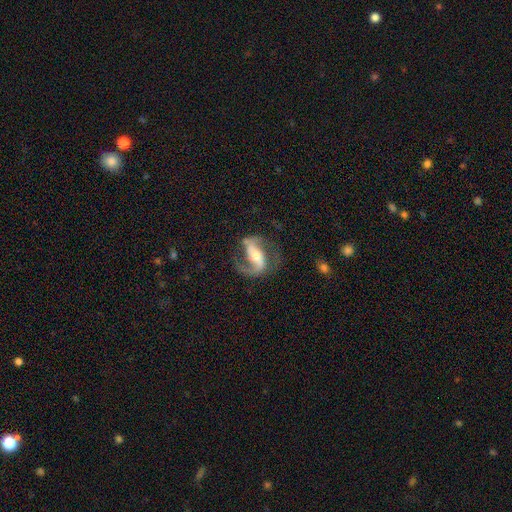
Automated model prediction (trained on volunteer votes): Morphology: type=featured or disk (86%); edge-on=no (96%); bar=strong (46%); spiral arms=yes (95%); winding=medium (46%); arm count=2 (79%); bulge=moderate (59%); merging=none (66%).